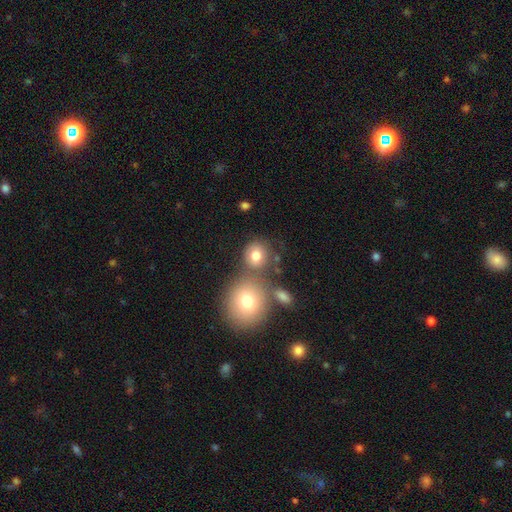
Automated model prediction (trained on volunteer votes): This is likely a smooth galaxy (77%). How rounded: likely round (78%). Merging: likely none (60%).